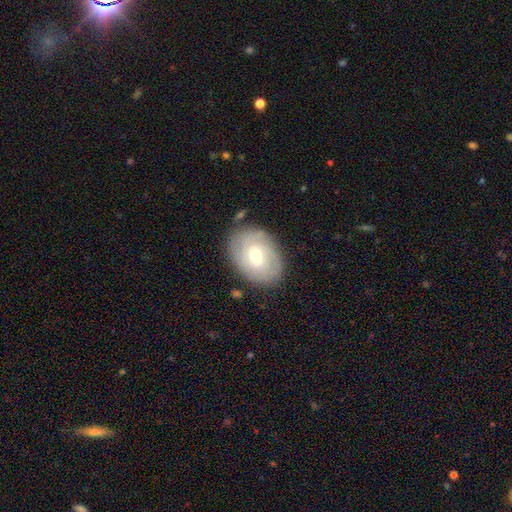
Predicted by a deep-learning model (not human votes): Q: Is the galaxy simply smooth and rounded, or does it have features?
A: featured or disk — 67%.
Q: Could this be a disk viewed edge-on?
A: no — 96%.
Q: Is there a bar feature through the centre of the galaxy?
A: weak — 47%.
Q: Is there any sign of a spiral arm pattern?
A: yes — 81%.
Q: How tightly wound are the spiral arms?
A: tight — 69%.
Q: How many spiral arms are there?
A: can't tell — 44%.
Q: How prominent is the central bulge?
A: moderate — 59%.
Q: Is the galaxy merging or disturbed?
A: none — 81%.